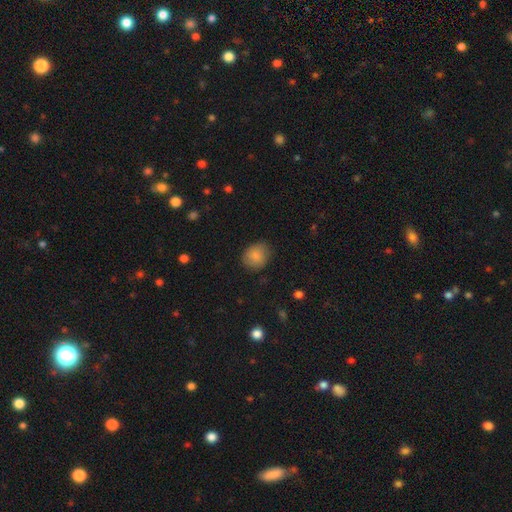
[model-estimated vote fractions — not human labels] Smooth or featured: smooth — 84% (star or artifact — 9%)
How rounded: round — 67% (in between — 32%)
Merging: none — 74% (minor disturbance — 21%)